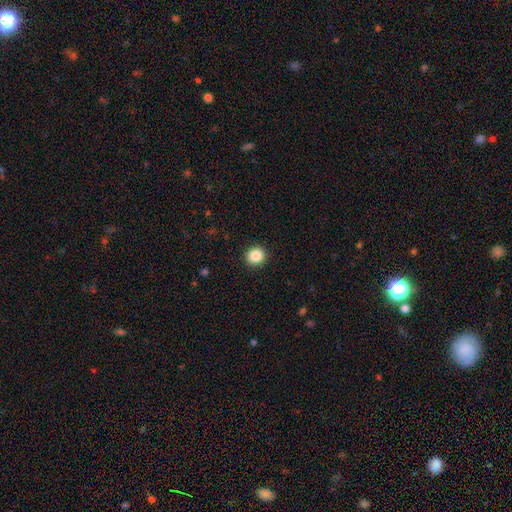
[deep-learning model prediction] The model was most divided on "smooth or featured": smooth: 87%, star or artifact: 10%, featured or disk: 4%. More confident: merging — none (92%); how rounded — round (90%).